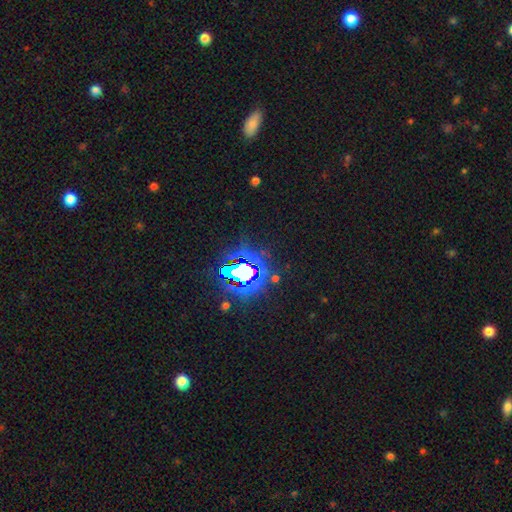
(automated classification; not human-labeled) A star or artifact, not a galaxy (83%).